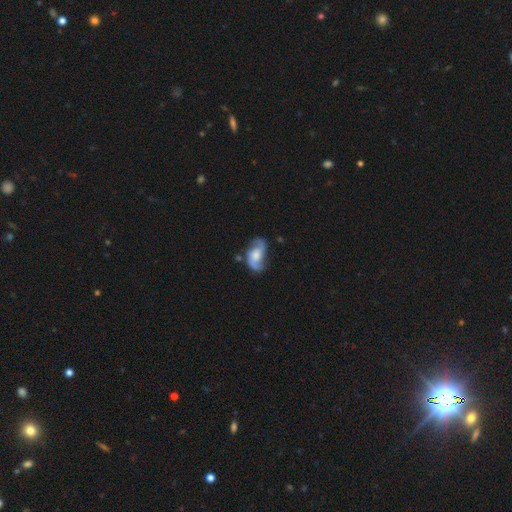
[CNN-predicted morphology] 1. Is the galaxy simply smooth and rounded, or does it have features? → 76% featured or disk, 18% smooth, 6% star or artifact.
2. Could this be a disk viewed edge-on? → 96% no, 4% yes.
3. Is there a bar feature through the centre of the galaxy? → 59% no, 33% weak, 8% strong.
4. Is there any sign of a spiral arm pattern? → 93% yes, 7% no.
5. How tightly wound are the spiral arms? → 44% loose, 42% medium, 14% tight.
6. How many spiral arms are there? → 88% 2, 5% can't tell, 3% 1, 2% 3, 1% 4, 1% more than 4.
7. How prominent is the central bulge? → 46% moderate, 23% small, 19% large, 10% none, 2% dominant.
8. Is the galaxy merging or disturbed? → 65% none, 22% minor disturbance, 10% major disturbance, 3% merger.